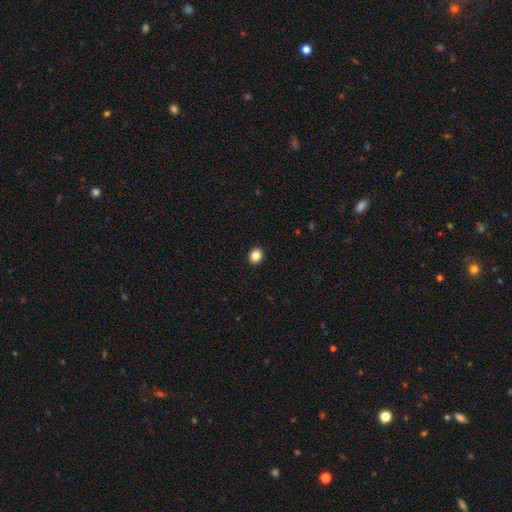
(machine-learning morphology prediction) smooth 86%, star or artifact 10%, featured or disk 4%. Down the decision tree: how rounded — round (65%); merging — none (93%).